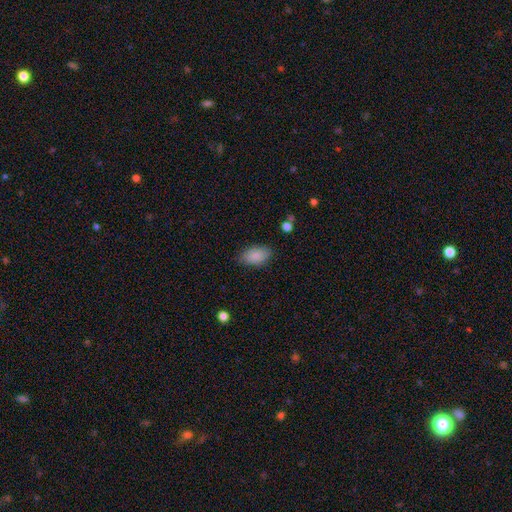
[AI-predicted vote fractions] Smooth or featured?
  - smooth: 87% *
  - star or artifact: 7%
  - featured or disk: 5%
How rounded?
  - in between: 92% *
  - round: 6%
  - cigar-shaped: 2%
Merging?
  - none: 80% *
  - minor disturbance: 15%
  - major disturbance: 4%
  - merger: 1%